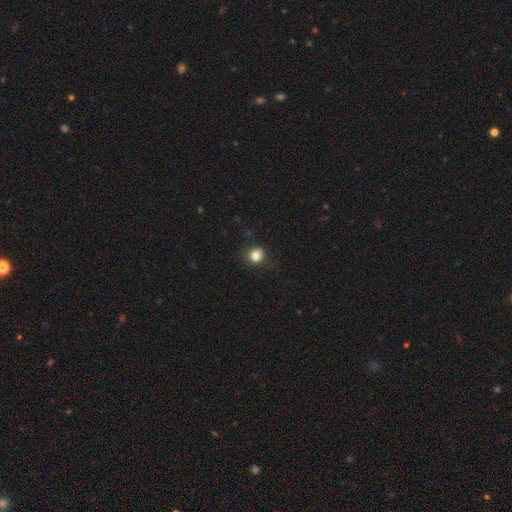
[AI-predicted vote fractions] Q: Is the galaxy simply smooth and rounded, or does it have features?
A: smooth — 81%.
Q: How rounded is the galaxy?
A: round — 76%.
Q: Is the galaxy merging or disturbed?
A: none — 78%.